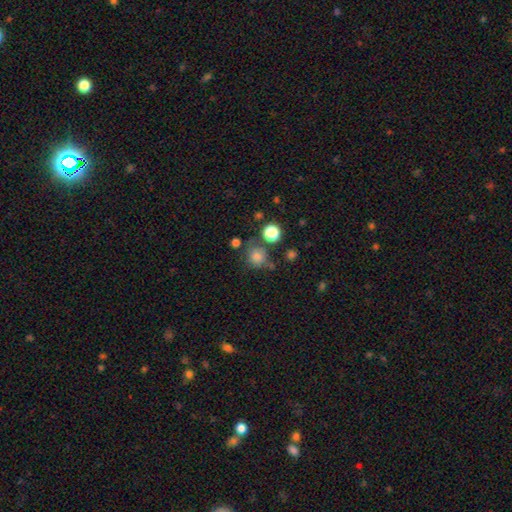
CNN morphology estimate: smooth 74%, star or artifact 18%, featured or disk 8%. Down the decision tree: how rounded — round (89%); merging — none (70%).